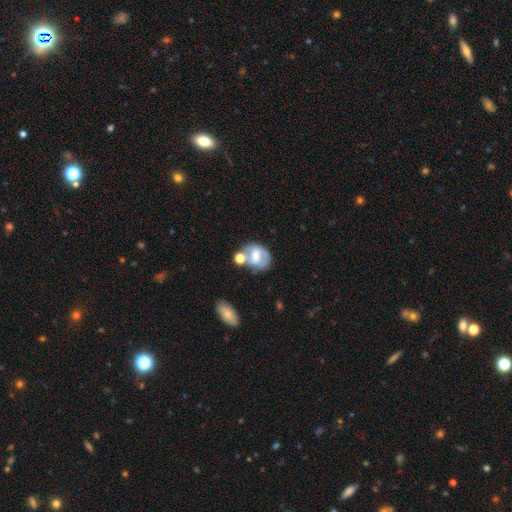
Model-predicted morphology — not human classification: The model was most divided on "smooth or featured": featured or disk: 48%, smooth: 44%, star or artifact: 9%. Remaining: merging — none (41%).